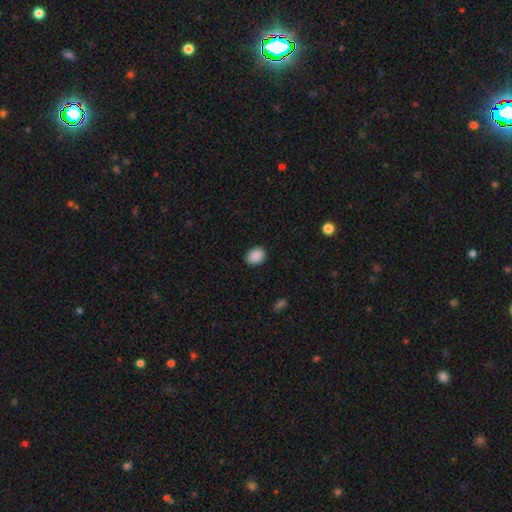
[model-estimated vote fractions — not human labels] smooth-or-featured: smooth: 90% | star or artifact: 8% | featured or disk: 2%
  how-rounded: in between: 59% | round: 40% | cigar-shaped: 1%
  merging: none: 89% | minor disturbance: 8% | major disturbance: 2% | merger: 1%